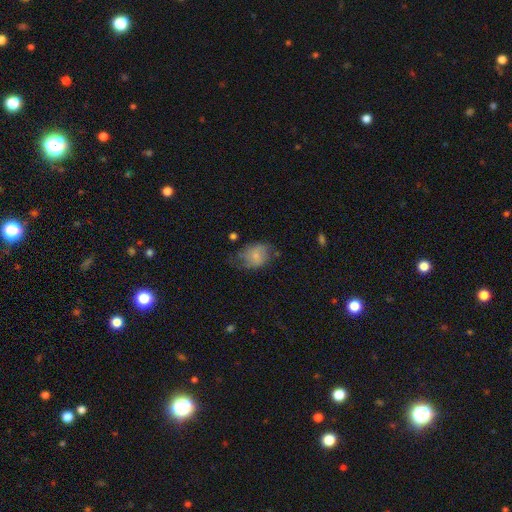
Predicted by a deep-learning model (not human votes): Smooth or featured: smooth — 72% (featured or disk — 19%)
How rounded: in between — 57% (round — 42%)
Merging: none — 45% (minor disturbance — 33%)